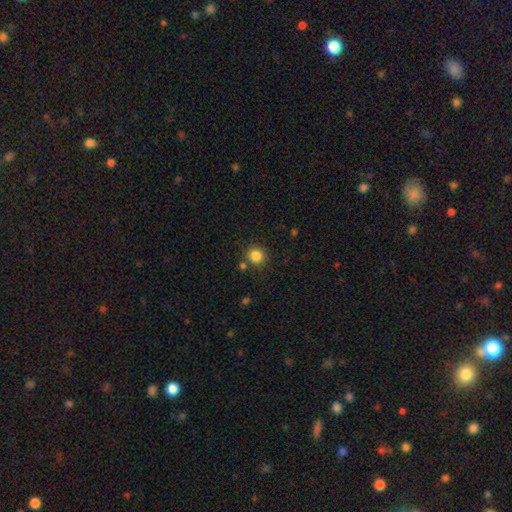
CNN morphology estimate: smooth_or_featured: smooth (p=0.85) [alt: star or artifact p=0.11]
how_rounded: round (p=0.90) [alt: in between p=0.09]
merging: none (p=0.82) [alt: minor disturbance p=0.08]